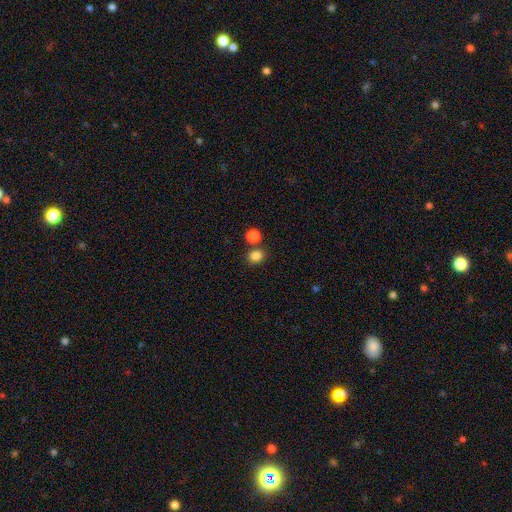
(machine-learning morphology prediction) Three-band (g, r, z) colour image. It shows a smooth galaxy with no disk features (84%) that is round (68%). Merging: none (72%).